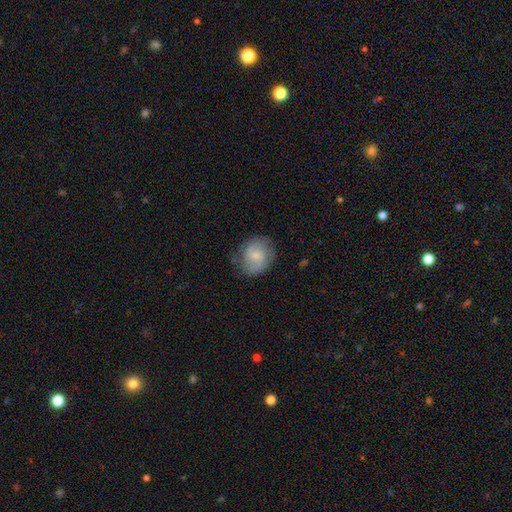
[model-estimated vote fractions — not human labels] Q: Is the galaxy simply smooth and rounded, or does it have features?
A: featured or disk — 51%.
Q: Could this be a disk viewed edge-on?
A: no — 98%.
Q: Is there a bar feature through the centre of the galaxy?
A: no — 49%.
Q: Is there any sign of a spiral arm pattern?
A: yes — 87%.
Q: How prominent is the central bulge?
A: small — 55%.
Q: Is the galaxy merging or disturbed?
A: none — 73%.